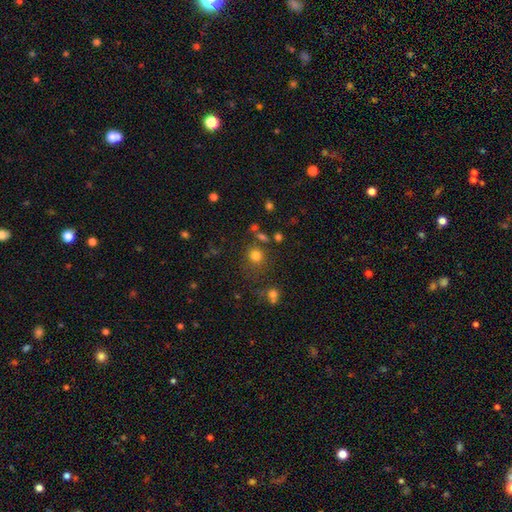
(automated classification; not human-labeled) This appears to be a smooth galaxy with no disk features (75%) that is round (86%). Merging: none (74%).